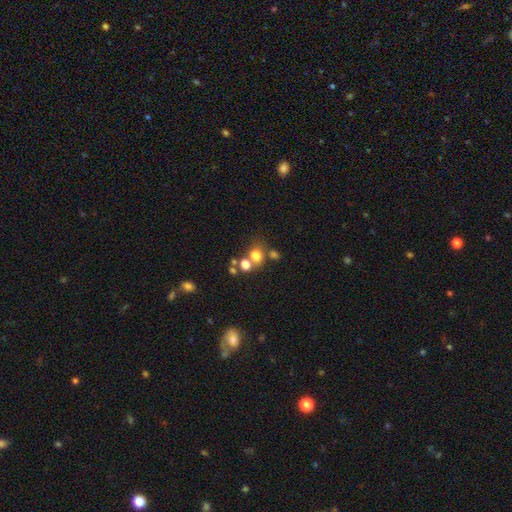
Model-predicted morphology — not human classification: This is likely a smooth galaxy (72%). How rounded: likely round (70%). Merging: possibly none (51%).